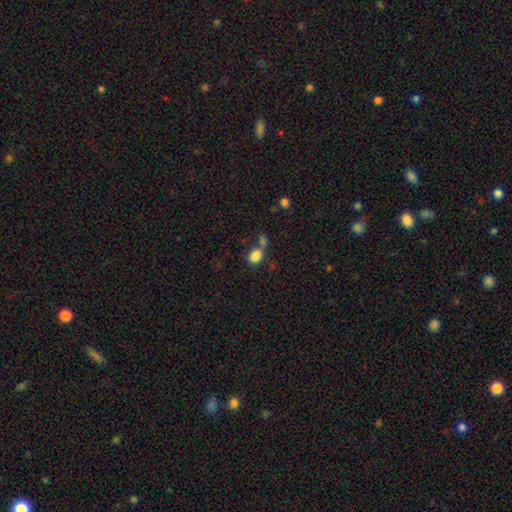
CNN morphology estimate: This is clearly a smooth galaxy (84%). How rounded: likely in between (79%). Merging: marginally none (44%).